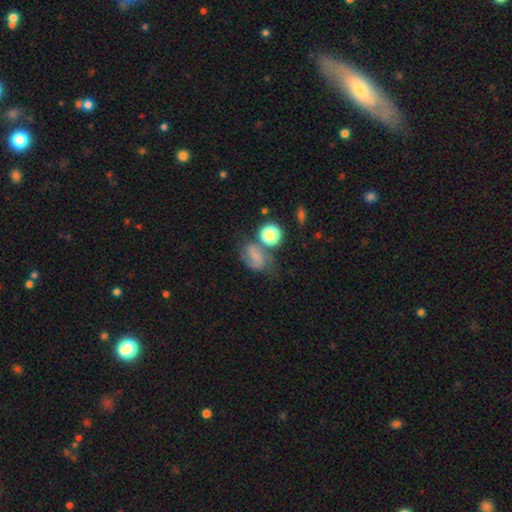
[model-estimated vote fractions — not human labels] Q: Smooth or featured?
A: smooth (45%); runner-up: featured or disk (40%)
Q: Merging?
A: none (46%); runner-up: minor disturbance (23%)